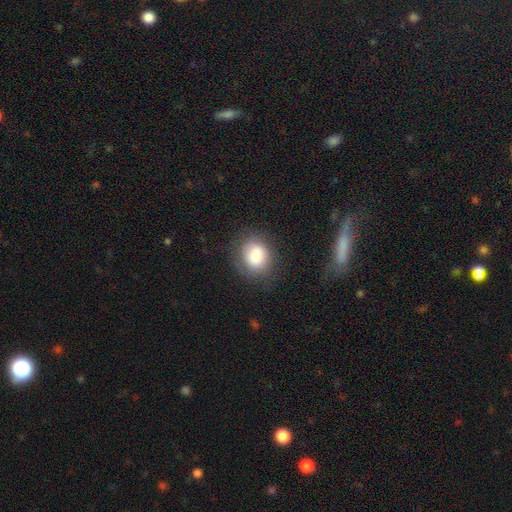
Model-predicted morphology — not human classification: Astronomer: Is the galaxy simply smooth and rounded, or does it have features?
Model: smooth — 84%.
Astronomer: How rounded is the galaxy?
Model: round — 63%.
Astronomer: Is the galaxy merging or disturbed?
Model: none — 76%.